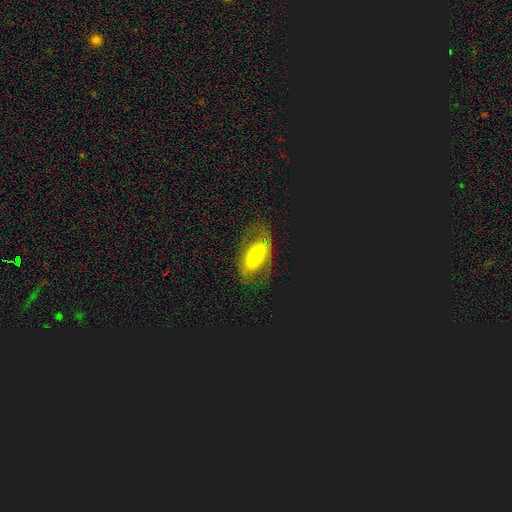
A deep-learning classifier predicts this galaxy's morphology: Smooth or featured?
  - featured or disk: 53% *
  - smooth: 37%
  - star or artifact: 10%
Edge-on disk?
  - no: 90% *
  - yes: 10%
Merging?
  - none: 62% *
  - minor disturbance: 19%
  - major disturbance: 17%
  - merger: 2%